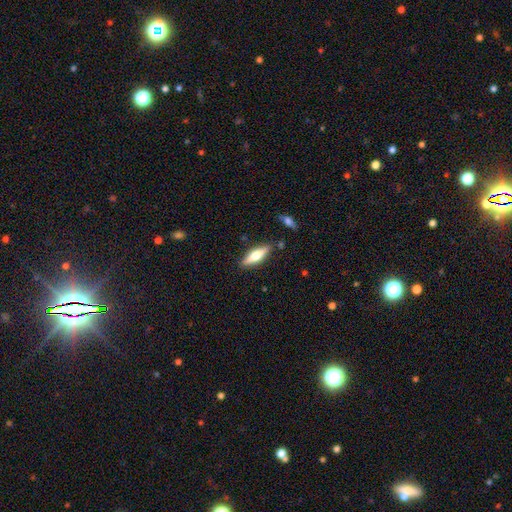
Volunteers were most divided on "how rounded": cigar-shaped: 50%, in between: 45%, round: 5%. More confident: merging — none (91%); smooth or featured — smooth (56%).